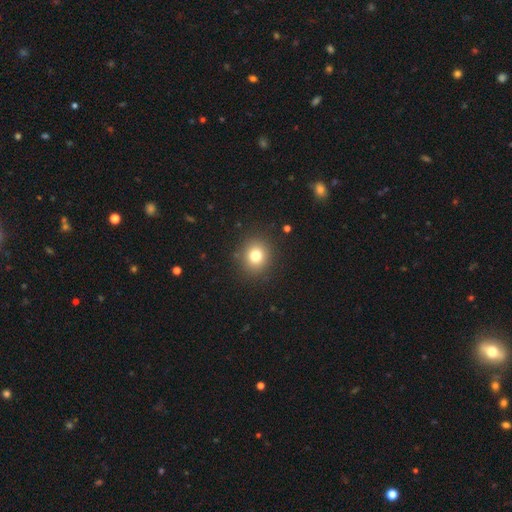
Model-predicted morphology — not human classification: The model was most divided on "smooth or featured": smooth: 78%, star or artifact: 13%, featured or disk: 9%. More confident: merging — none (89%); how rounded — round (84%).